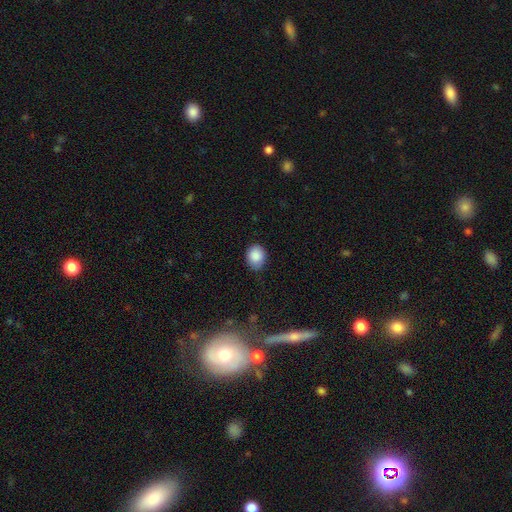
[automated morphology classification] Smooth or featured: smooth — 87% (star or artifact — 8%)
How rounded: round — 55% (in between — 44%)
Merging: none — 77% (minor disturbance — 19%)